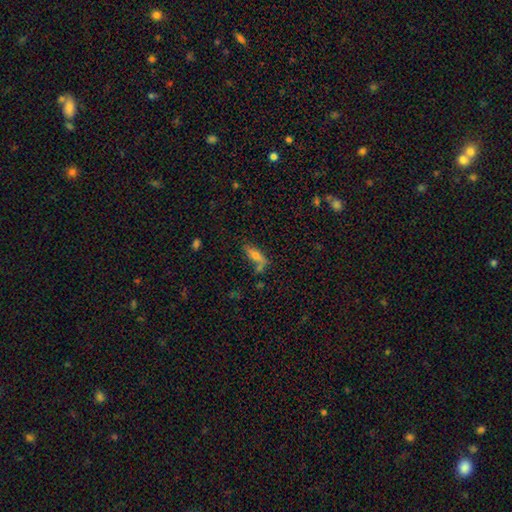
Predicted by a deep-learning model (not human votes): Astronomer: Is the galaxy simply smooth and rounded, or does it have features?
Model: smooth — 58%.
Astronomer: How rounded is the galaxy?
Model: in between — 50% (runner-up: cigar-shaped, 46%).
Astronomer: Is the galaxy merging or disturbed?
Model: none — 55%.